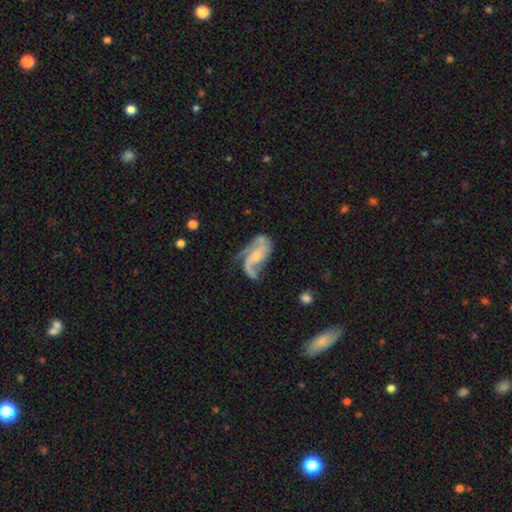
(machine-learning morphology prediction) A featured or disk galaxy (82%) with no bar (56%), 2 (65%) loose (51%) spiral arms (94%) and a small central bulge (44%). Merging: none (45%).